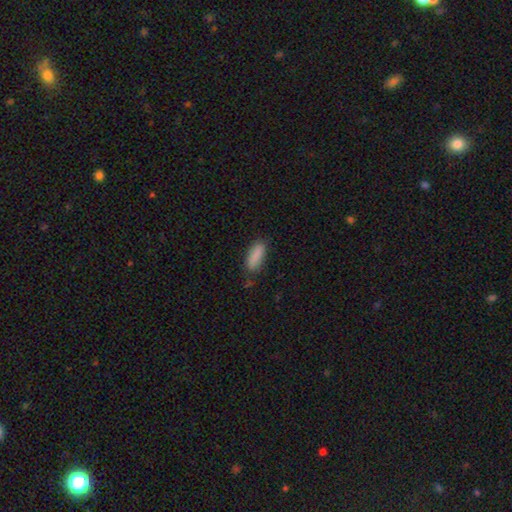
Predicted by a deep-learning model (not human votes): A smooth galaxy with no disk features (88%) that is in between round and cigar-shaped (69%).

Vote fractions:
- Smooth or featured? smooth: 88% / star or artifact: 7% / featured or disk: 5%
- How rounded? in between: 69% / cigar-shaped: 29% / round: 2%
- Merging? none: 77% / minor disturbance: 17% / major disturbance: 4% / merger: 2%